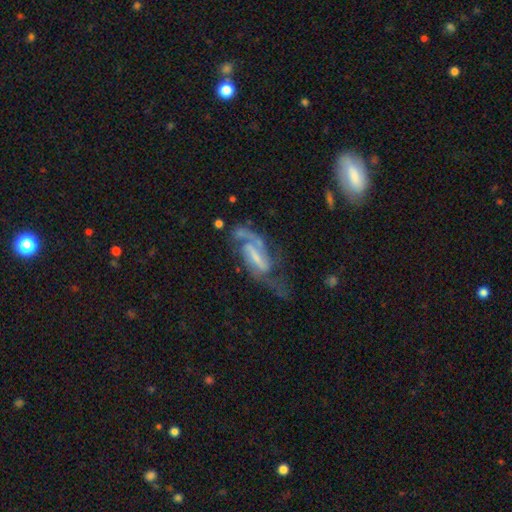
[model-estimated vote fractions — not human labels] This appears to be a featured or disk galaxy (84%) with a strong bar (49%), 2 (77%) medium (49%) spiral arms (94%) and a small central bulge (43%). Merging: none (44%).